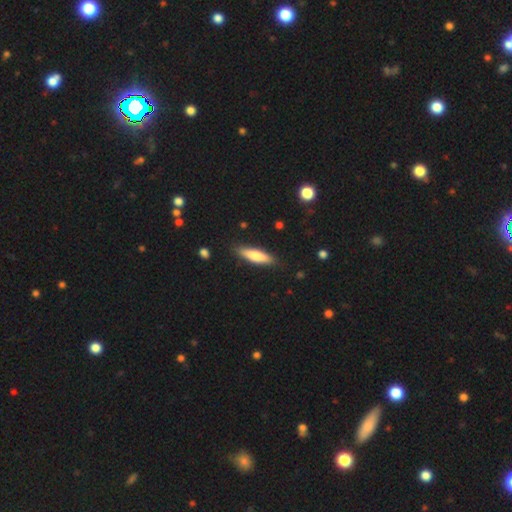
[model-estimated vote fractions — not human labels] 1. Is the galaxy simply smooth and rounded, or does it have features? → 74% smooth, 21% featured or disk, 5% star or artifact.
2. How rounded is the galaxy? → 69% cigar-shaped, 29% in between, 1% round.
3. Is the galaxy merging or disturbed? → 87% none, 10% minor disturbance, 2% major disturbance, 1% merger.